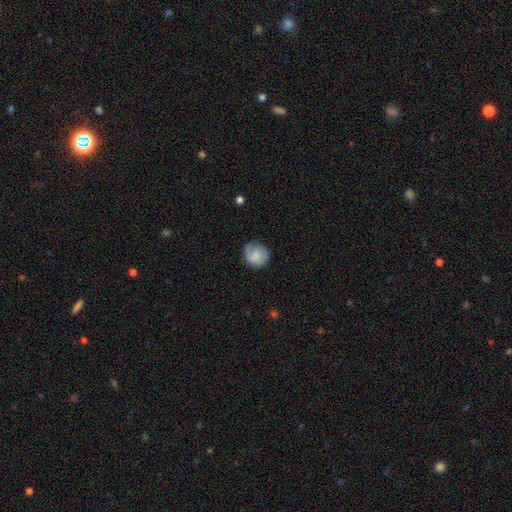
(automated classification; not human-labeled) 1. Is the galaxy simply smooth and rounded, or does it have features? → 64% smooth, 29% featured or disk, 7% star or artifact.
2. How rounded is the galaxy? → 82% round, 17% in between, 1% cigar-shaped.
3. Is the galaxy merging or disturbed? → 69% none, 23% minor disturbance, 7% major disturbance, 1% merger.